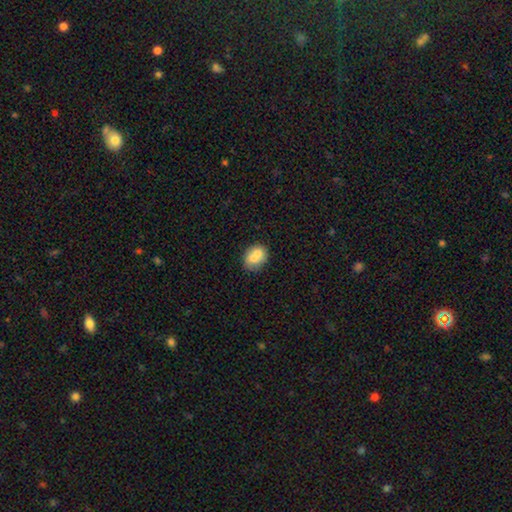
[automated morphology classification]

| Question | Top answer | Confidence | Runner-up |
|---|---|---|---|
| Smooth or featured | smooth | 72% | featured or disk (19%) |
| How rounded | in between | 52% | round (46%) |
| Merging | none | 45% | merger (35%) |